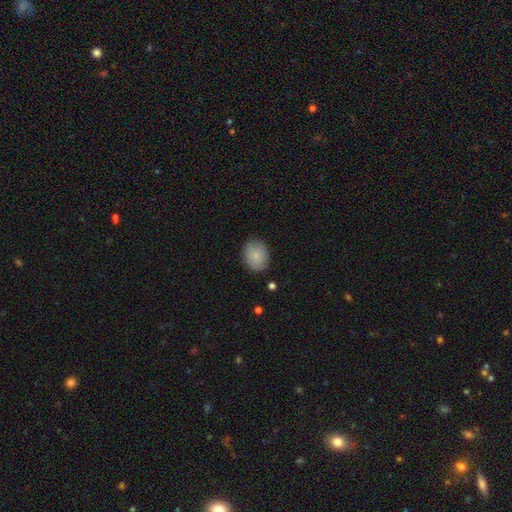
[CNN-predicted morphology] This appears to be a smooth galaxy with no disk features (84%) that is in between round and cigar-shaped (53%). Merging: none (85%).